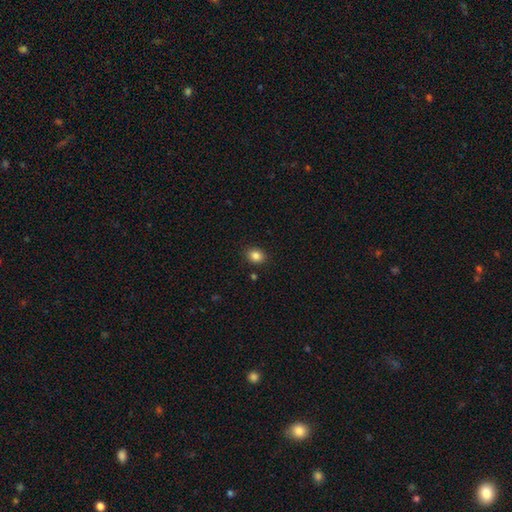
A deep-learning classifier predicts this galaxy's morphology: Smooth or featured?
  - smooth: 85% *
  - star or artifact: 10%
  - featured or disk: 5%
How rounded?
  - round: 50% *
  - in between: 49%
  - cigar-shaped: 1%
Merging?
  - none: 89% *
  - minor disturbance: 8%
  - major disturbance: 2%
  - merger: 2%